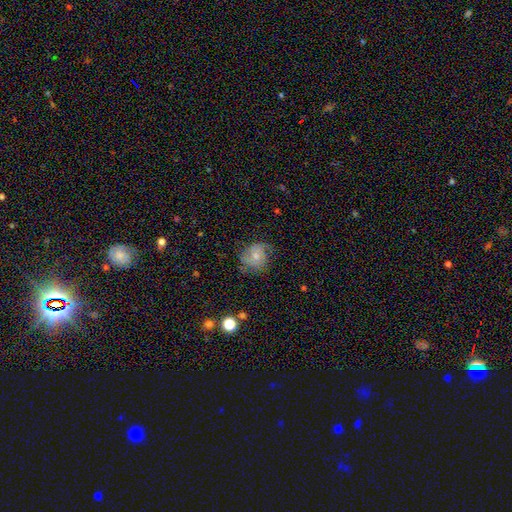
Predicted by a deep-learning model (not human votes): Smooth or featured: smooth — 49% (featured or disk — 41%)
Merging: none — 57% (minor disturbance — 27%)